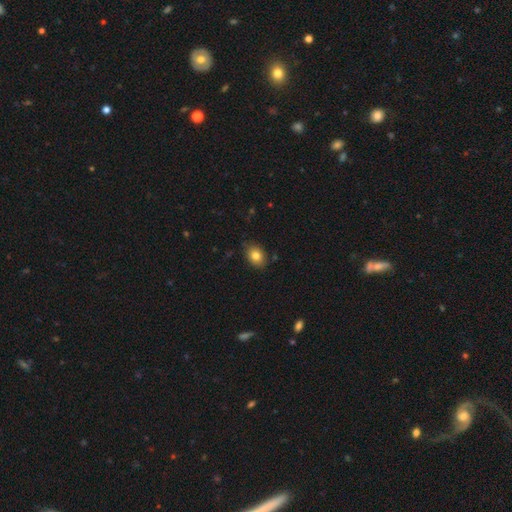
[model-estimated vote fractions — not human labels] A smooth galaxy with no disk features (81%) that is in between round and cigar-shaped (70%).

Vote fractions:
- Smooth or featured? smooth: 81% / star or artifact: 10% / featured or disk: 9%
- How rounded? in between: 70% / round: 29% / cigar-shaped: 1%
- Merging? none: 82% / minor disturbance: 14% / major disturbance: 2% / merger: 1%